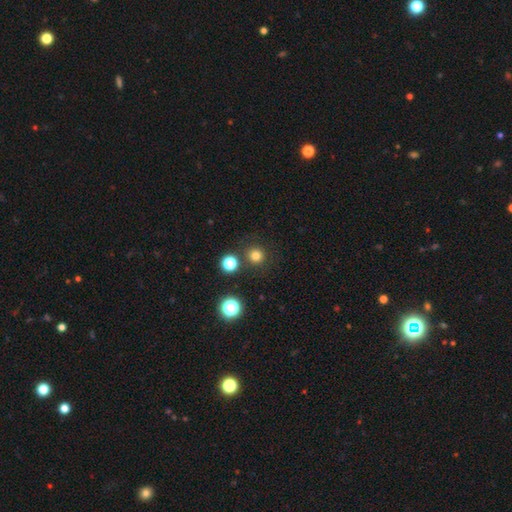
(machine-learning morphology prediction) smooth 78%, star or artifact 17%, featured or disk 5%. Down the decision tree: how rounded — round (95%); merging — none (86%).